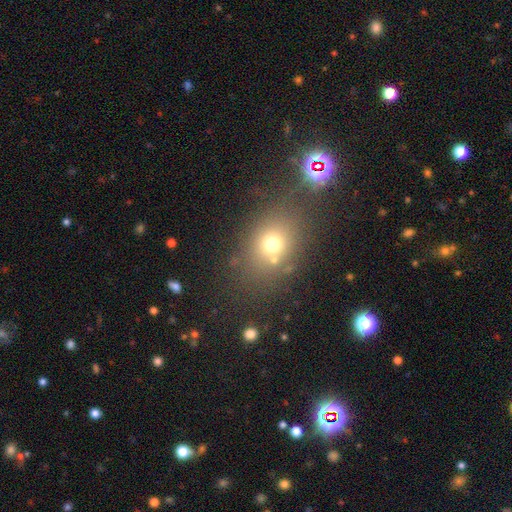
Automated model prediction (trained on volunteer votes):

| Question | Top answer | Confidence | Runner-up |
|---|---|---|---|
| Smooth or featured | smooth | 54% | star or artifact (35%) |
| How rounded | round | 49% | tied: in between (49%) |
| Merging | none | 80% | minor disturbance (10%) |